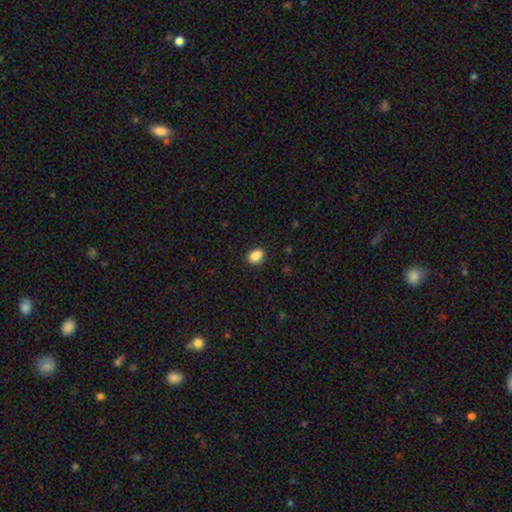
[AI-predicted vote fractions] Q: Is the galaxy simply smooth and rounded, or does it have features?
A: smooth — 85%.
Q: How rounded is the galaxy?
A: in between — 58%.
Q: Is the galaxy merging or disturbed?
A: none — 73%.